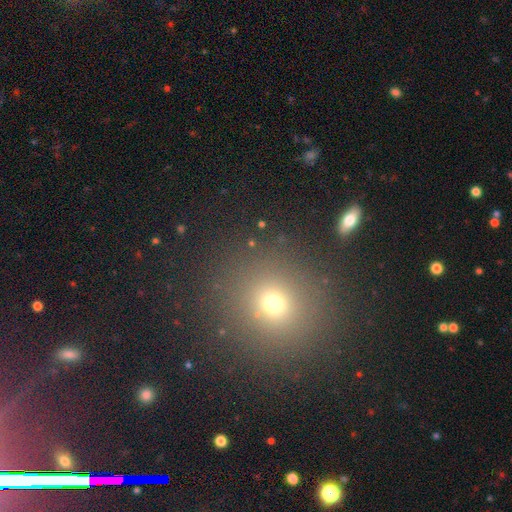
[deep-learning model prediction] The model was most divided on "smooth or featured": smooth: 55%, star or artifact: 36%, featured or disk: 9%. More confident: merging — none (90%); how rounded — round (89%).